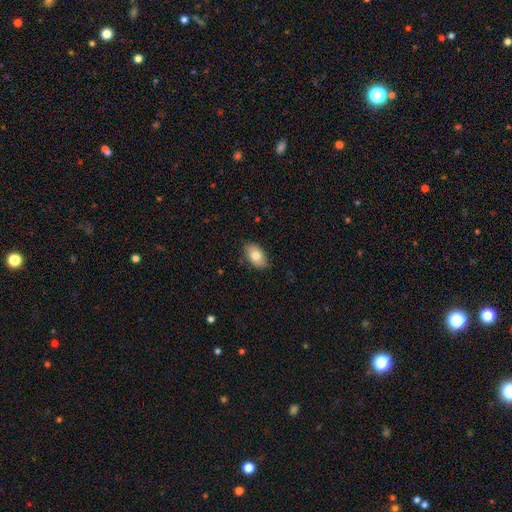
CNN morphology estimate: Smooth or featured? Predicted: smooth (p=0.78). How rounded? Predicted: in between (p=0.92). Merging? Predicted: none (p=0.83).